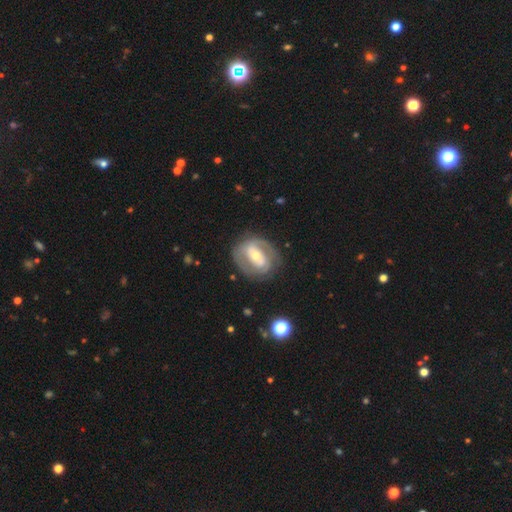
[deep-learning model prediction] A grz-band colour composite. It shows a featured or disk galaxy (75%) with a strong bar (42%), 2 (71%) tight (47%) spiral arms (72%) and a moderate central bulge (52%). Merging: none (76%).